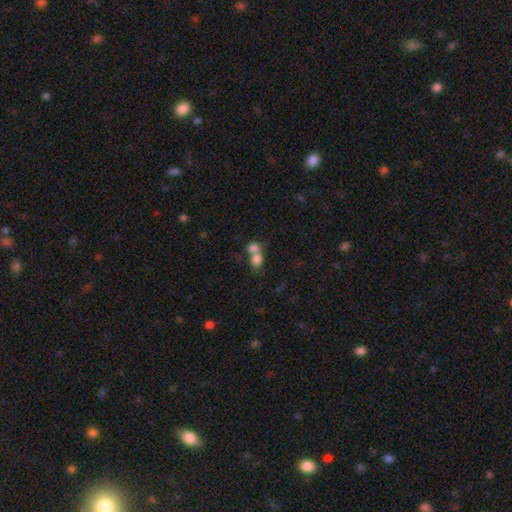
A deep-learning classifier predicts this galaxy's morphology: This appears to be a smooth galaxy with no disk features (77%) that is round (57%). Merging: merger (68%).